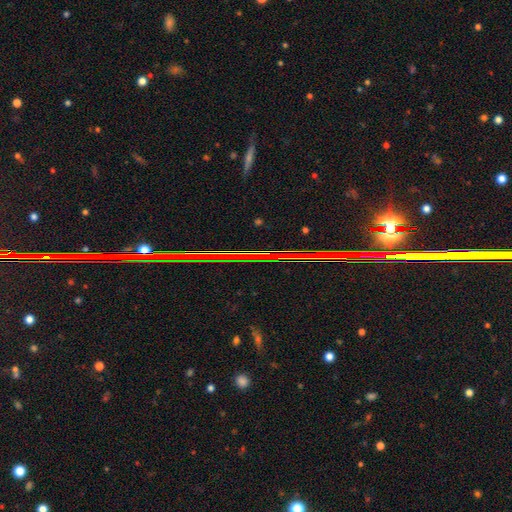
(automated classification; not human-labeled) A star or artifact, not a galaxy (81%).

Vote fractions:
- Smooth or featured? star or artifact: 81% / featured or disk: 10% / smooth: 9%